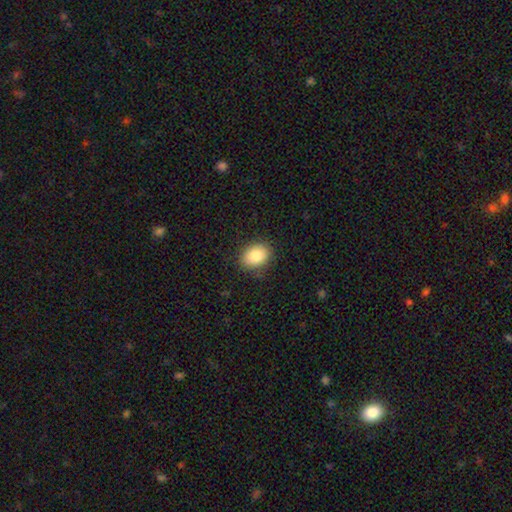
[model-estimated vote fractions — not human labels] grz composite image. It shows a smooth galaxy with no disk features (85%) that is in between round and cigar-shaped (61%). Merging: none (85%).